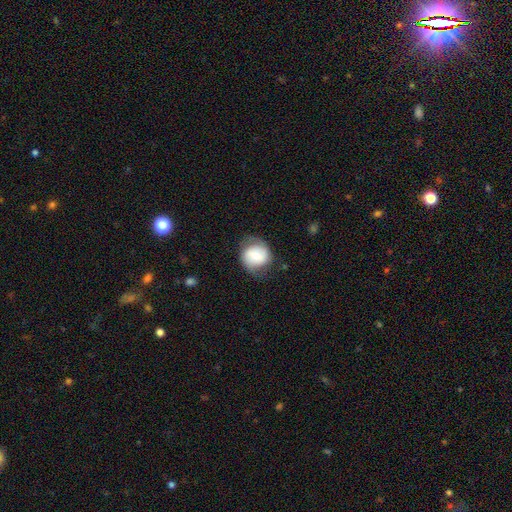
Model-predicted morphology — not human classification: smooth_or_featured: smooth (p=0.51) [alt: featured or disk p=0.42]
how_rounded: round (p=0.79) [alt: in between p=0.20]
merging: none (p=0.68) [alt: minor disturbance p=0.21]